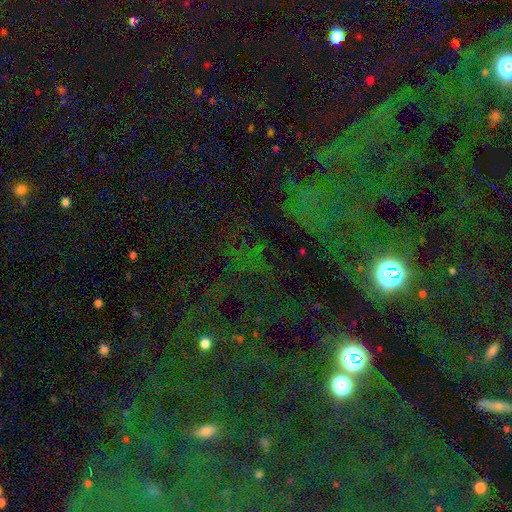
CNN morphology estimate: Smooth or featured: star or artifact — 72% (smooth — 15%)